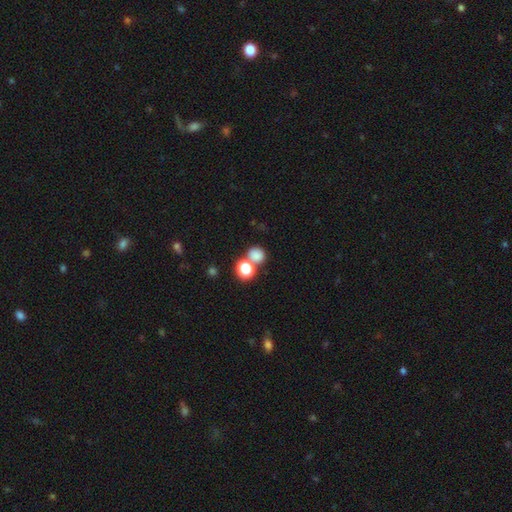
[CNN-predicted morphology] A smooth galaxy with no disk features (78%) that is round (76%). Merging: none (53%).